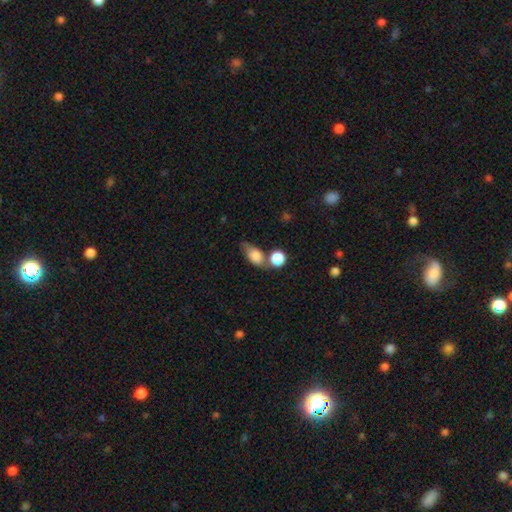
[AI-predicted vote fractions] Overall: smooth (77%). How rounded: in between (77%). Merging: none (43%; merger 30%).